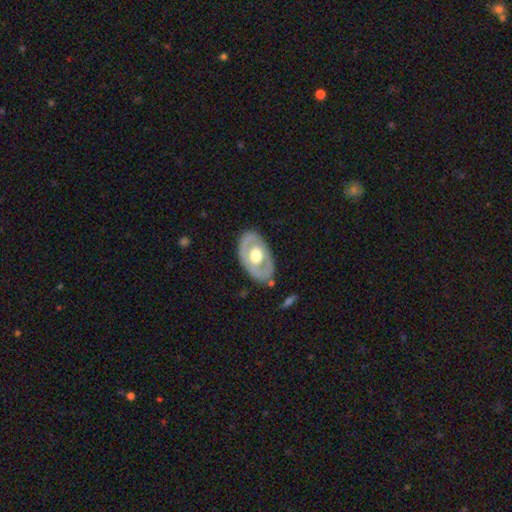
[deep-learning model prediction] Overall: featured or disk (59%; smooth 37%). Edge-on disk: no (88%). Bar: no (87%). Spiral arms: no (86%). Bulge size: moderate (56%; large 38%). Merging: none (79%).